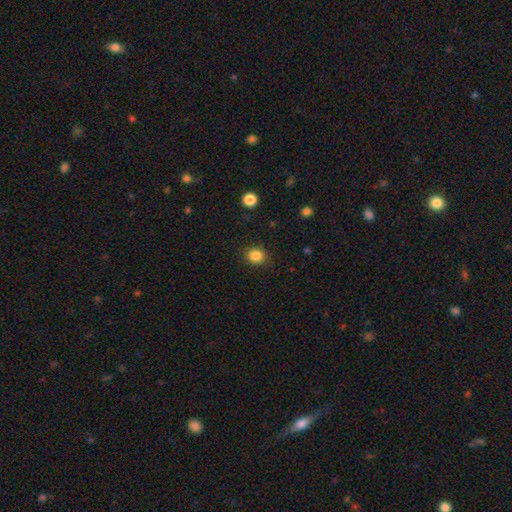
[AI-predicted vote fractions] A smooth galaxy with no disk features (85%) that is round (77%). Merging: none (87%).